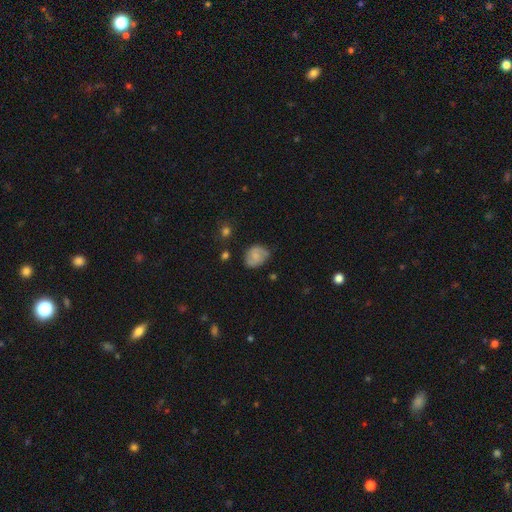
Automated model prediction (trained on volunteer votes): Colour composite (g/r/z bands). It shows a smooth galaxy with no disk features (61%) that is in between round and cigar-shaped (57%). Merging: none (65%).